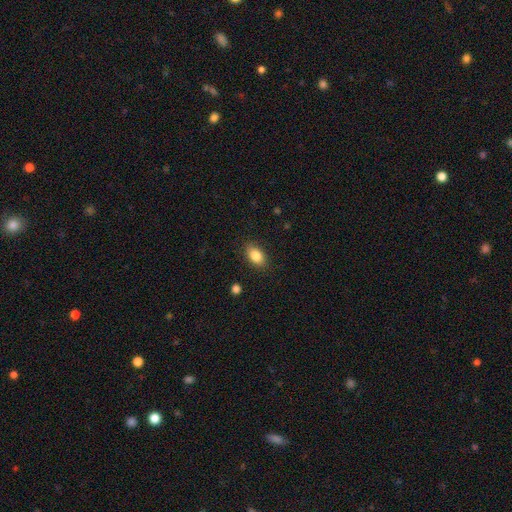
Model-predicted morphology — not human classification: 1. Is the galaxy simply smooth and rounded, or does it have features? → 85% smooth, 8% star or artifact, 7% featured or disk.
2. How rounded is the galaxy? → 87% in between, 11% round, 2% cigar-shaped.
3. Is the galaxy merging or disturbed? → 87% none, 10% minor disturbance, 2% major disturbance, 1% merger.